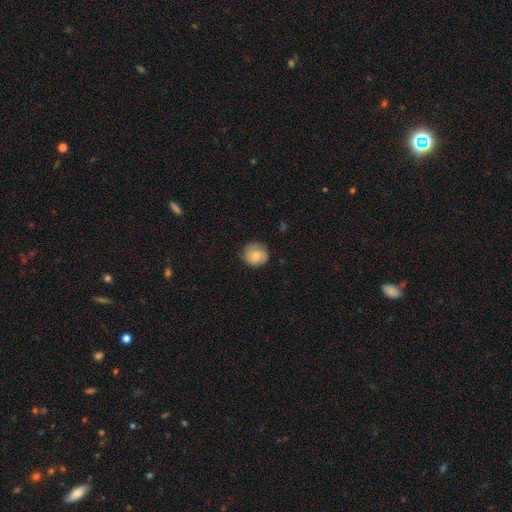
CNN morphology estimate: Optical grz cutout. It shows a smooth galaxy with no disk features (65%) that is round (86%). Merging: none (75%).